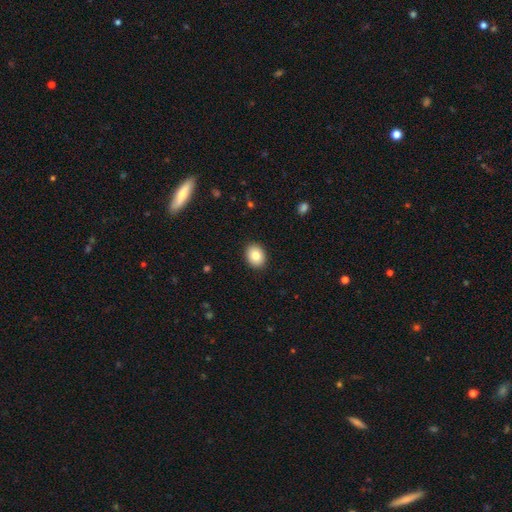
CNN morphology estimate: A smooth galaxy with no disk features (82%) that is in between round and cigar-shaped (54%).

Vote fractions:
- Smooth or featured? smooth: 82% / featured or disk: 10% / star or artifact: 9%
- How rounded? in between: 54% / round: 45% / cigar-shaped: 1%
- Merging? none: 91% / minor disturbance: 7% / major disturbance: 2% / merger: 1%